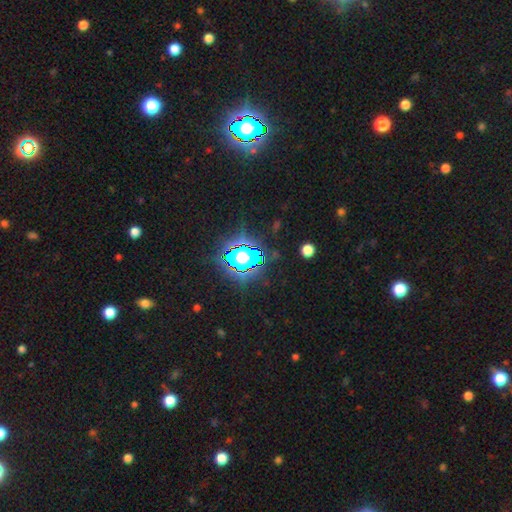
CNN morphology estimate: Overall: star or artifact (78%).